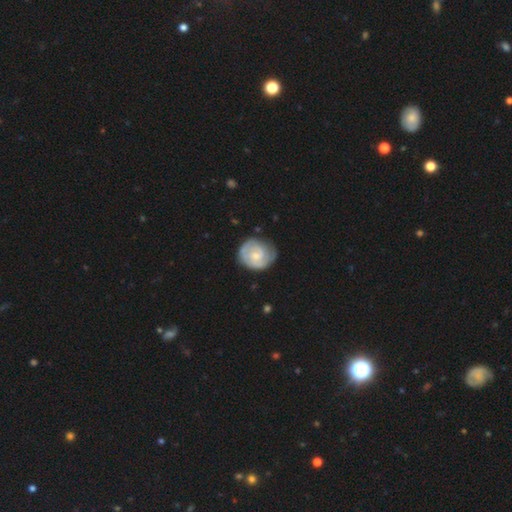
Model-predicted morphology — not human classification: Q: Smooth or featured?
A: featured or disk (74%); runner-up: smooth (21%)
Q: Edge-on disk?
A: no (98%); runner-up: yes (2%)
Q: Bar?
A: no (62%); runner-up: weak (33%)
Q: Spiral arms?
A: yes (92%); runner-up: no (8%)
Q: Spiral winding?
A: tight (66%); runner-up: medium (27%)
Q: Spiral arm count?
A: 2 (57%); runner-up: can't tell (22%)
Q: Bulge size?
A: small (58%); runner-up: moderate (33%)
Q: Merging?
A: none (70%); runner-up: minor disturbance (21%)